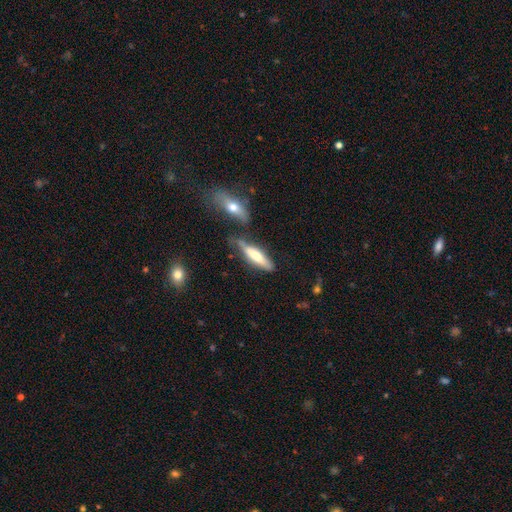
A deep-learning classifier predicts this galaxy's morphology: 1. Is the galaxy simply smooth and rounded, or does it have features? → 62% smooth, 32% featured or disk, 6% star or artifact.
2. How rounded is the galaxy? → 68% cigar-shaped, 31% in between, 2% round.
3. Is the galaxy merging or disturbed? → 51% none, 21% minor disturbance, 20% merger, 8% major disturbance.